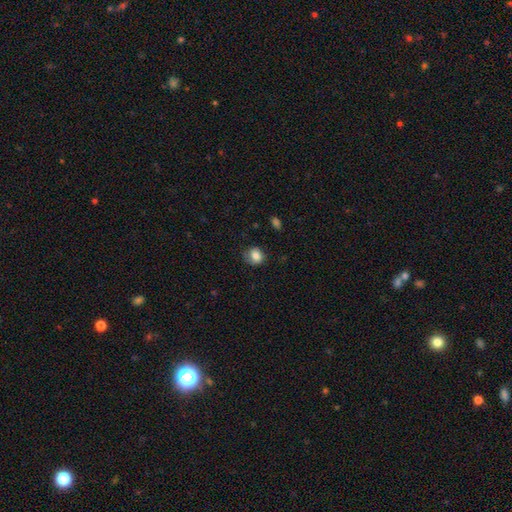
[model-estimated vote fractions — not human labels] Morphology: type=smooth (82%); roundness=round (70%); merging=none (68%).